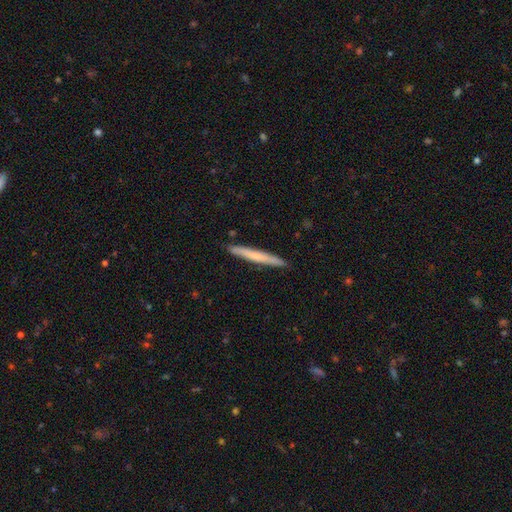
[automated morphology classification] This appears to be a smooth galaxy with no disk features (57%) that is cigar-shaped (97%). Merging: none (91%).